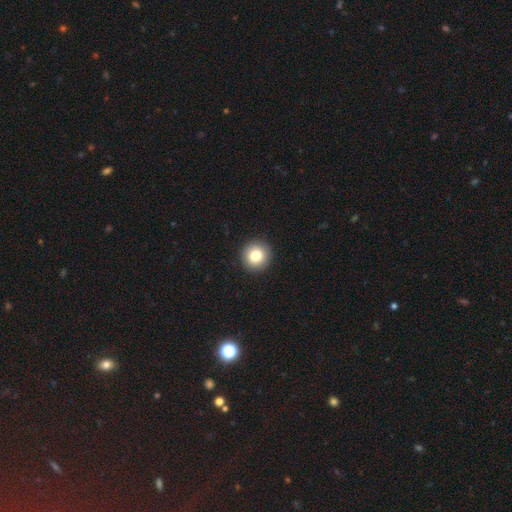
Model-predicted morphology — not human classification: smooth-or-featured: smooth: 82% | star or artifact: 10% | featured or disk: 9%
  how-rounded: round: 94% | in between: 5% | cigar-shaped: 1%
  merging: none: 93% | minor disturbance: 5% | major disturbance: 2% | merger: 1%